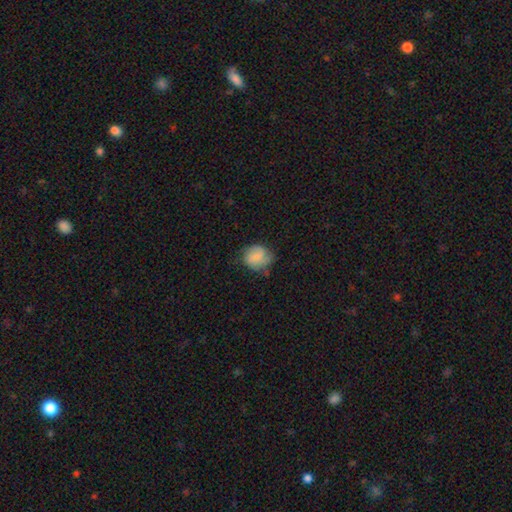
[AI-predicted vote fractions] This appears to be a smooth galaxy with no disk features (68%) that is round (68%). Merging: none (57%).